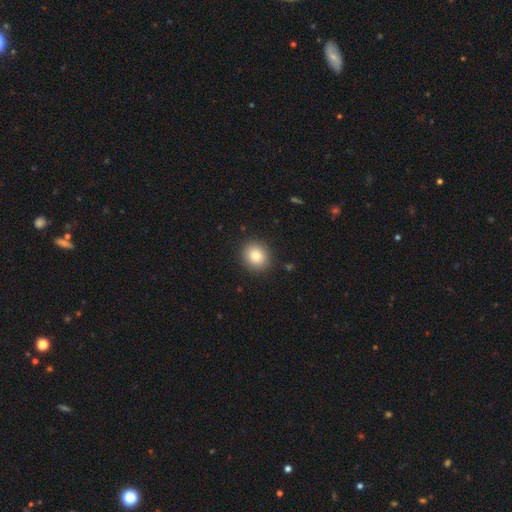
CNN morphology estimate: The model was most divided on "how rounded": round: 74%, in between: 25%, cigar-shaped: 1%. More confident: merging — none (89%); smooth or featured — smooth (84%).